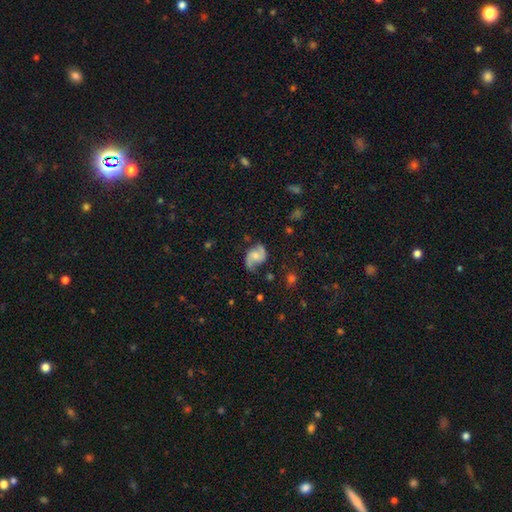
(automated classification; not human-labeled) This appears to be a featured or disk galaxy (79%) with no bar (57%), 2 (90%) medium (44%) spiral arms (95%) and a moderate central bulge (43%). Merging: none (67%).